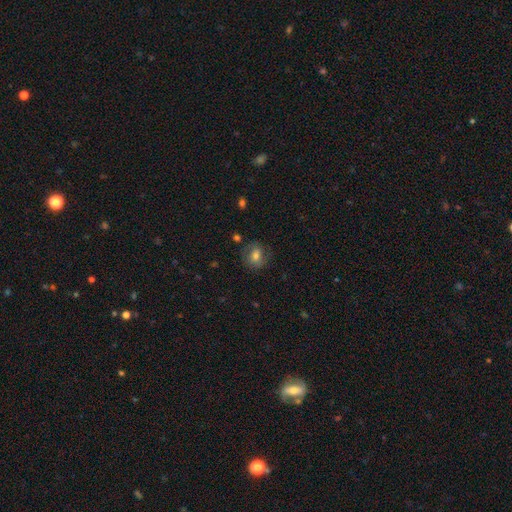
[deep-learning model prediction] Q: Smooth or featured?
A: smooth (56%); runner-up: featured or disk (34%)
Q: How rounded?
A: round (66%); runner-up: in between (33%)
Q: Merging?
A: none (73%); runner-up: minor disturbance (17%)